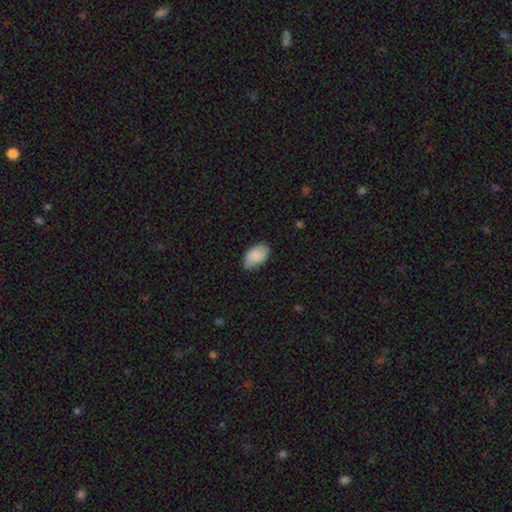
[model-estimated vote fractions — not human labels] A smooth galaxy with no disk features (81%) that is in between round and cigar-shaped (93%). Merging: none (70%).